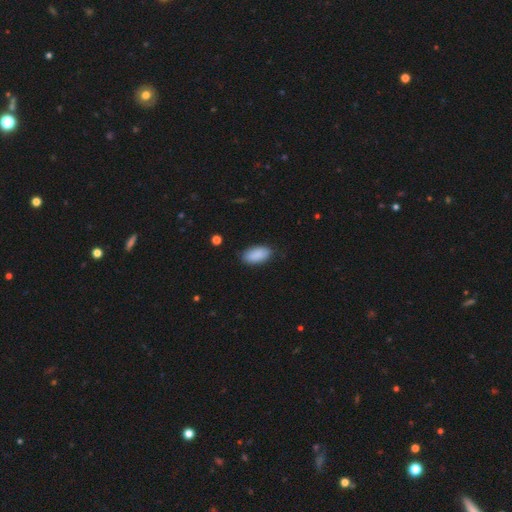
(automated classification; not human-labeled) A smooth galaxy with no disk features (90%) that is in between round and cigar-shaped (94%).

Vote fractions:
- Smooth or featured? smooth: 90% / star or artifact: 6% / featured or disk: 4%
- How rounded? in between: 94% / cigar-shaped: 4% / round: 3%
- Merging? none: 85% / minor disturbance: 12% / major disturbance: 2% / merger: 1%